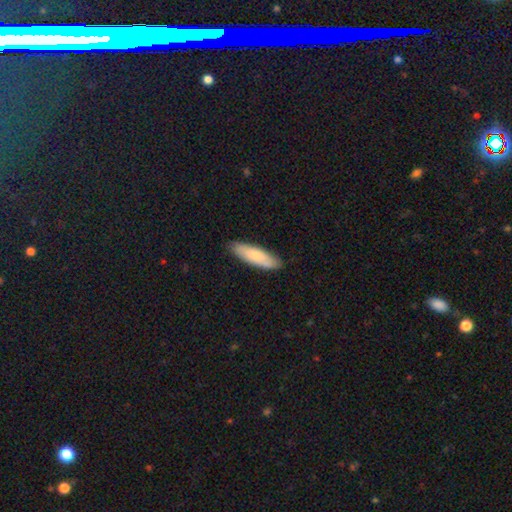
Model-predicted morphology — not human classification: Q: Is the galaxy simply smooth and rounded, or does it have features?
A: smooth — 79%.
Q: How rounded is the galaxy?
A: cigar-shaped — 57%.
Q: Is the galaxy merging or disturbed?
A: none — 86%.